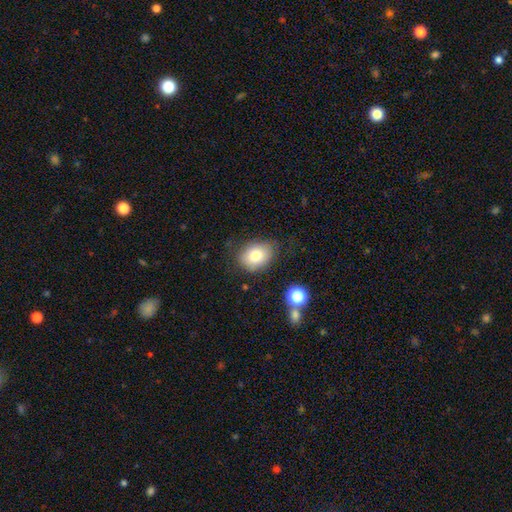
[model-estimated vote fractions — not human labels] A smooth galaxy with no disk features (81%) that is in between round and cigar-shaped (70%). Merging: none (75%).